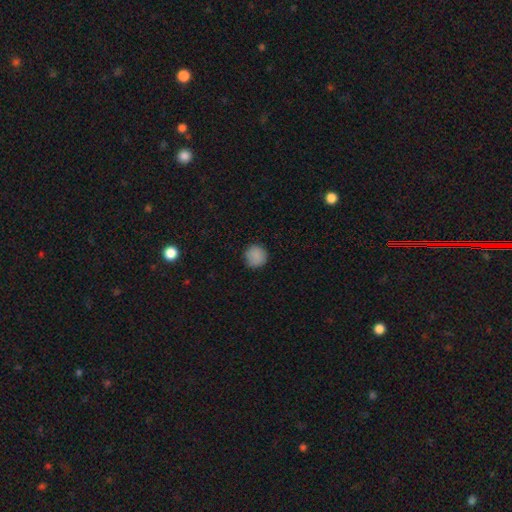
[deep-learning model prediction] Q: Smooth or featured?
A: smooth (88%); runner-up: star or artifact (9%)
Q: How rounded?
A: round (94%); runner-up: in between (5%)
Q: Merging?
A: none (87%); runner-up: minor disturbance (9%)